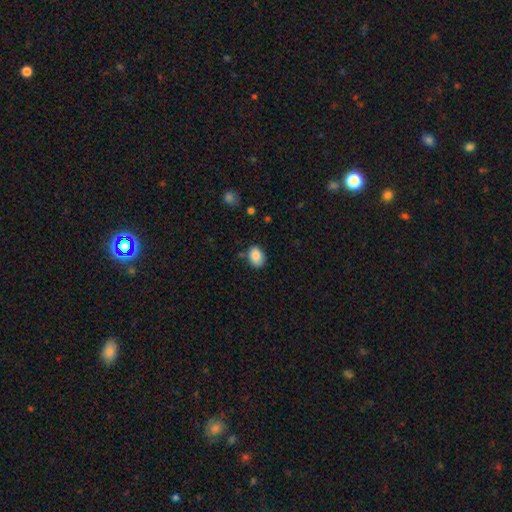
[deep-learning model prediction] smooth 87%, star or artifact 8%, featured or disk 5%. Down the decision tree: how rounded — in between (76%); merging — none (73%).